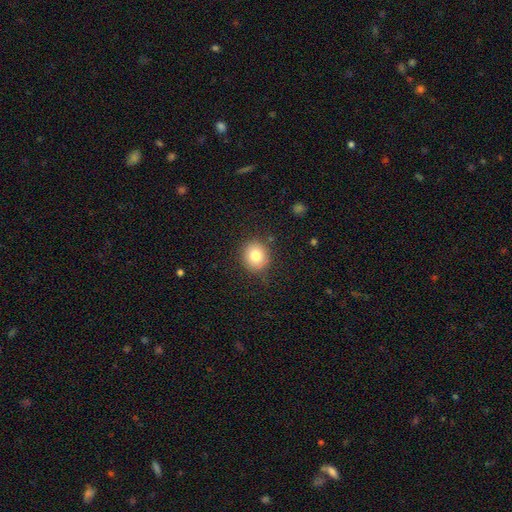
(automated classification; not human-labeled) Q: Smooth or featured?
A: smooth (81%); runner-up: star or artifact (10%)
Q: How rounded?
A: round (84%); runner-up: in between (15%)
Q: Merging?
A: none (85%); runner-up: minor disturbance (10%)